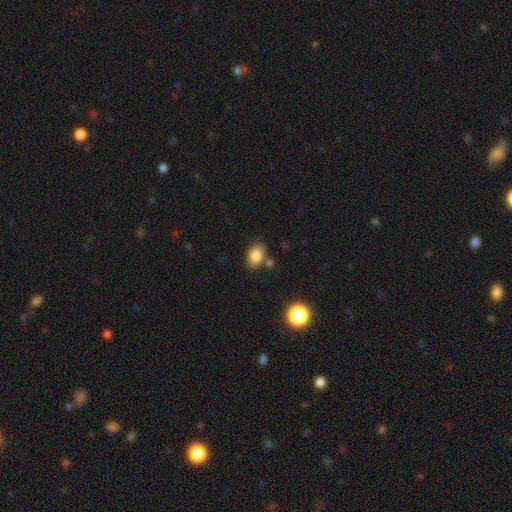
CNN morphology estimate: Smooth or featured: smooth — 83% (star or artifact — 9%)
How rounded: in between — 83% (round — 16%)
Merging: none — 75% (minor disturbance — 13%)